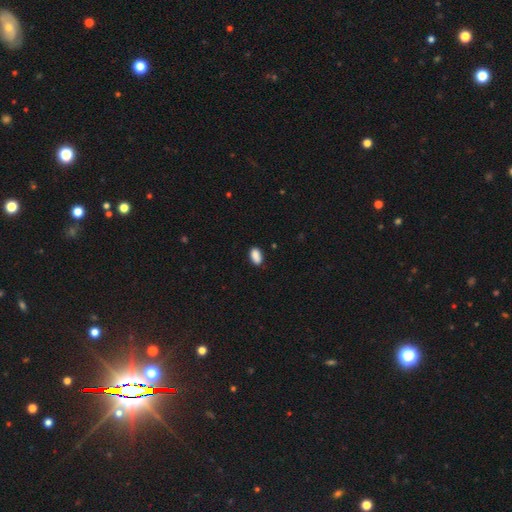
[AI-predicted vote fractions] A smooth galaxy with no disk features (89%) that is in between round and cigar-shaped (92%).

Vote fractions:
- Smooth or featured? smooth: 89% / star or artifact: 8% / featured or disk: 3%
- How rounded? in between: 92% / round: 5% / cigar-shaped: 3%
- Merging? none: 82% / minor disturbance: 14% / major disturbance: 2% / merger: 1%